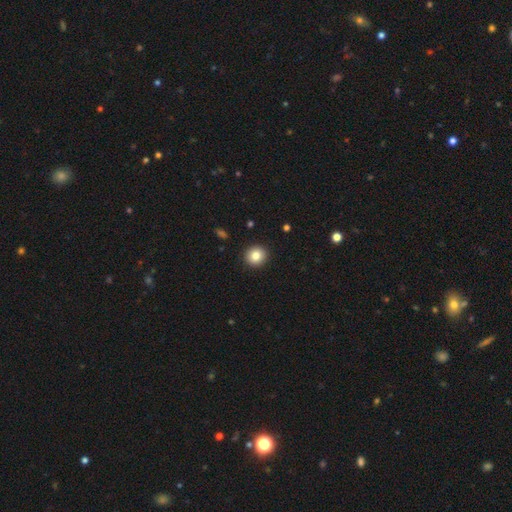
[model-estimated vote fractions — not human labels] Smooth or featured?
  - smooth: 84% *
  - star or artifact: 9%
  - featured or disk: 7%
How rounded?
  - round: 91% *
  - in between: 8%
  - cigar-shaped: 1%
Merging?
  - none: 93% *
  - minor disturbance: 5%
  - major disturbance: 2%
  - merger: 1%